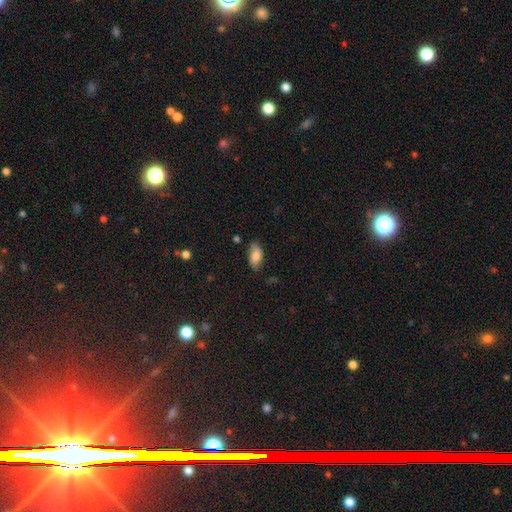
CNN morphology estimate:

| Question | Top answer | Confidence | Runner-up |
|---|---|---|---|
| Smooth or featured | smooth | 81% | featured or disk (12%) |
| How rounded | in between | 90% | cigar-shaped (7%) |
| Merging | none | 74% | minor disturbance (20%) |